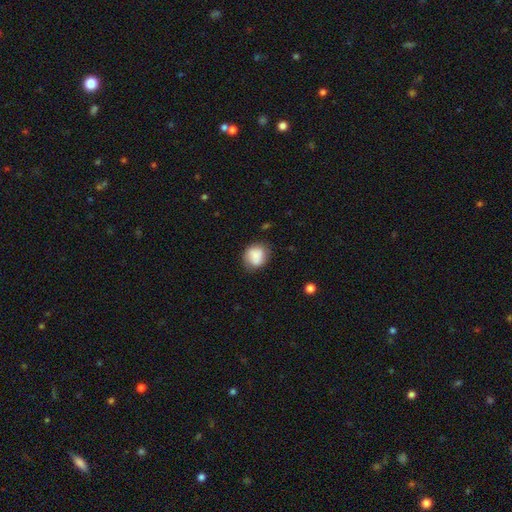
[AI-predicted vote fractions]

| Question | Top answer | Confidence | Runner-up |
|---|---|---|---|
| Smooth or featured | smooth | 78% | featured or disk (14%) |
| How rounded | round | 72% | in between (27%) |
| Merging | none | 70% | minor disturbance (22%) |